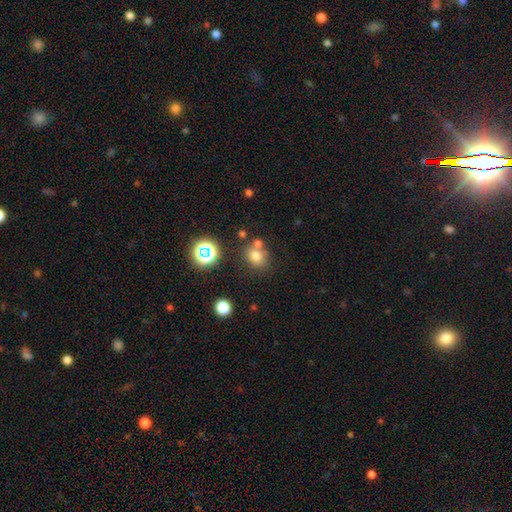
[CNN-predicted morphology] type=smooth (73%); roundness=round (60%); merging=none (64%).